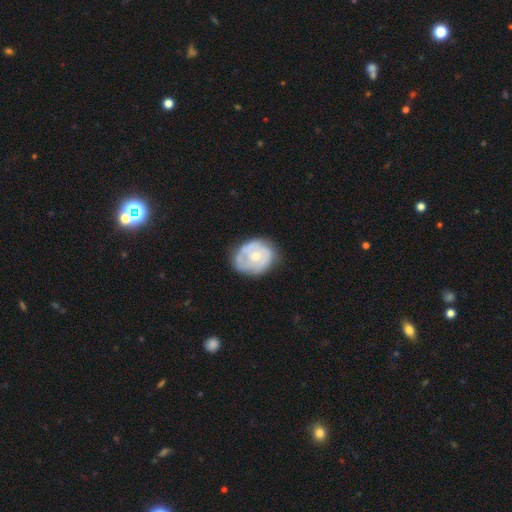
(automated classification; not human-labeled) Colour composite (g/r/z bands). It shows a featured or disk galaxy (58%) with no bar (83%), no spiral arms (50%, tied with yes) and a moderate central bulge (56%). Merging: none (59%).